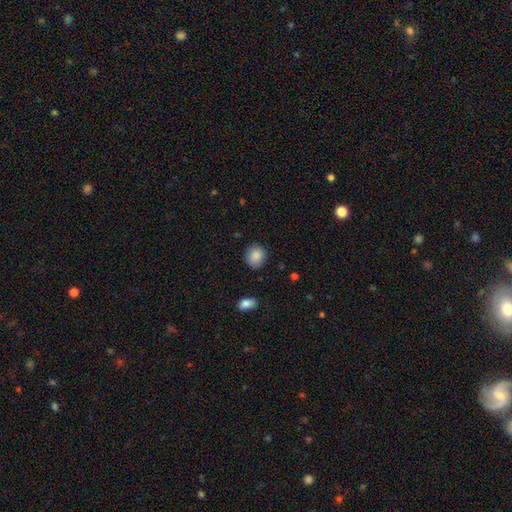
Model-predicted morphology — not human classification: A smooth galaxy with no disk features (88%) that is round (77%).

Vote fractions:
- Smooth or featured? smooth: 88% / star or artifact: 8% / featured or disk: 4%
- How rounded? round: 77% / in between: 22% / cigar-shaped: 1%
- Merging? none: 85% / minor disturbance: 11% / major disturbance: 3% / merger: 1%